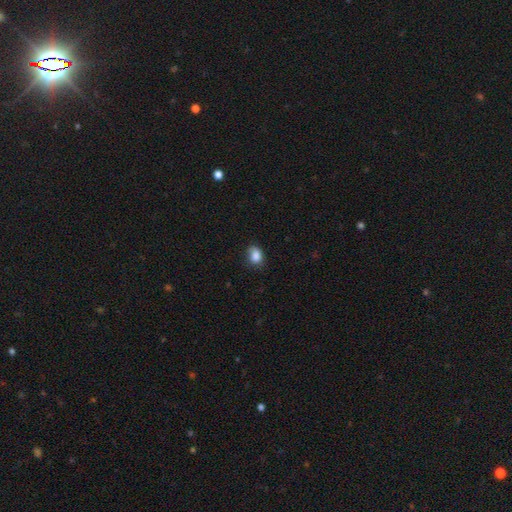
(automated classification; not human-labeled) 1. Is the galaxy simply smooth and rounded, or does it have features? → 86% smooth, 9% star or artifact, 5% featured or disk.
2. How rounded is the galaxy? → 62% in between, 36% round, 1% cigar-shaped.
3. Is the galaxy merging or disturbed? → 71% none, 23% minor disturbance, 5% major disturbance, 1% merger.